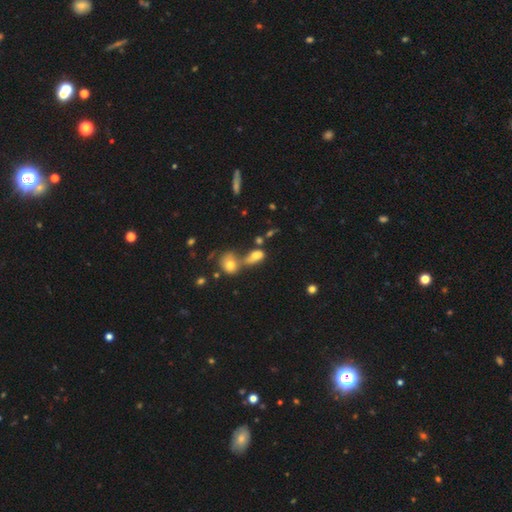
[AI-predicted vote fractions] Morphology: type=smooth (70%); roundness=in between (79%); merging=merger (48%).